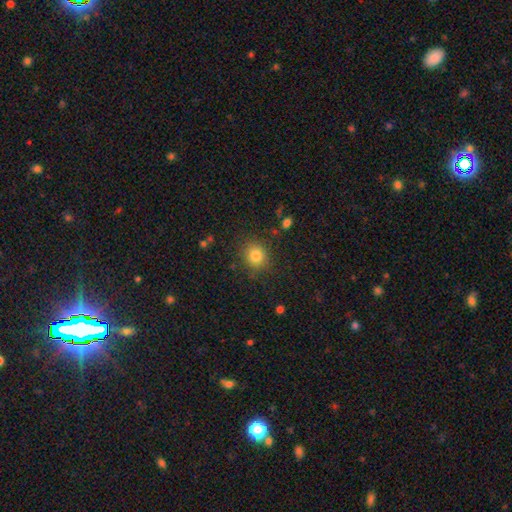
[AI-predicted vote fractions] smooth_or_featured: smooth (p=0.82) [alt: star or artifact p=0.12]
how_rounded: round (p=0.82) [alt: in between p=0.17]
merging: none (p=0.84) [alt: minor disturbance p=0.10]